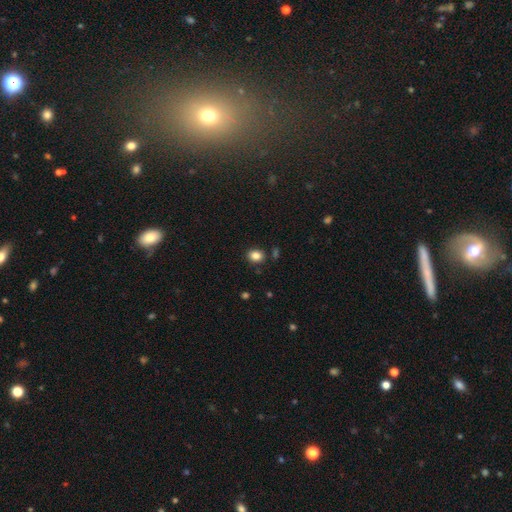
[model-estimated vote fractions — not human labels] Smooth or featured?
  - smooth: 85% *
  - star or artifact: 11%
  - featured or disk: 4%
How rounded?
  - in between: 50% *
  - round: 49%
  - cigar-shaped: 1%
Merging?
  - none: 84% *
  - minor disturbance: 10%
  - merger: 4%
  - major disturbance: 3%